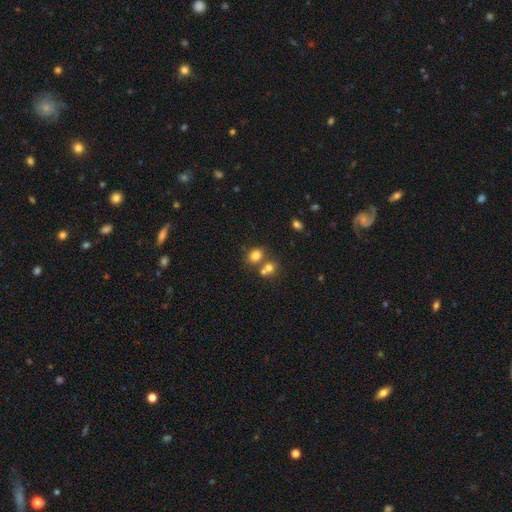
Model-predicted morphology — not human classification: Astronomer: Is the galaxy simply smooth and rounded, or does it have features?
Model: smooth — 77%.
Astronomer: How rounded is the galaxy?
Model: in between — 50% (runner-up: round, 49%).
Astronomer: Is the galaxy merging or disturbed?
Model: none — 53% (runner-up: merger, 33%).